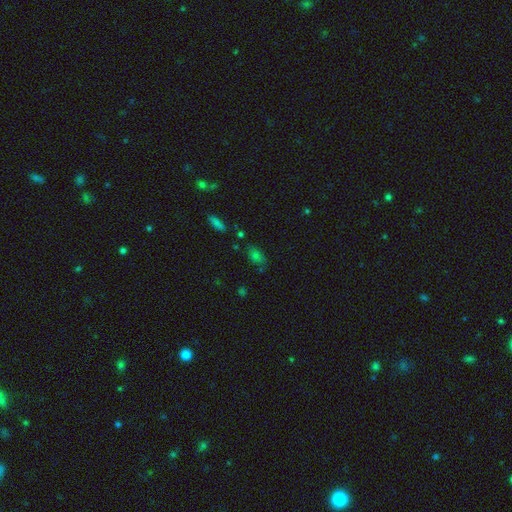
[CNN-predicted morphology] This appears to be a smooth galaxy with no disk features (70%) that is in between round and cigar-shaped (82%). Merging: none (69%).